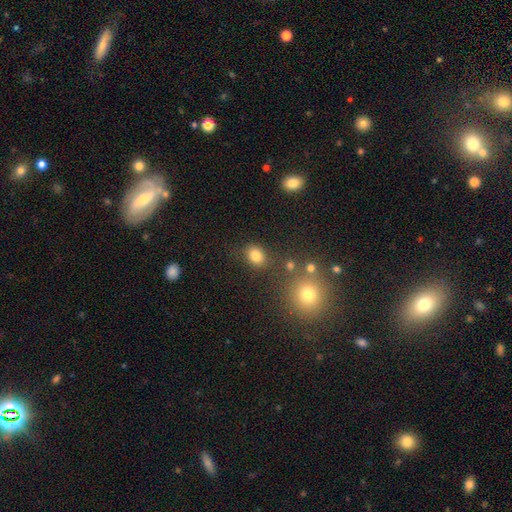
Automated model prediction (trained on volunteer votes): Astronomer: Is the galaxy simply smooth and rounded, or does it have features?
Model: smooth — 81%.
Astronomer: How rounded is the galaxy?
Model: round — 51% (runner-up: in between, 48%).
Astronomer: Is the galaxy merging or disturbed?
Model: none — 78%.